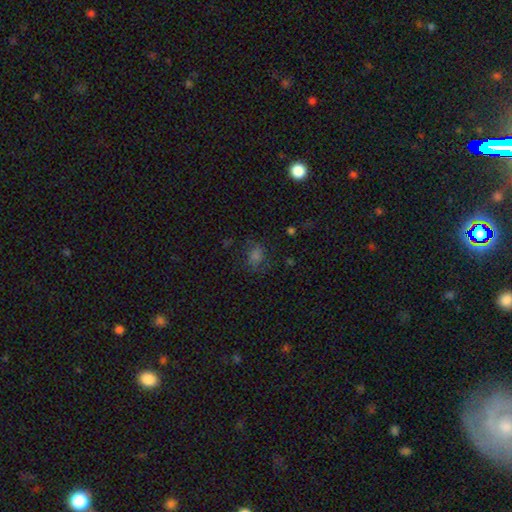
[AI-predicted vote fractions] Morphology: type=smooth (62%); roundness=round (51%); merging=none (69%).